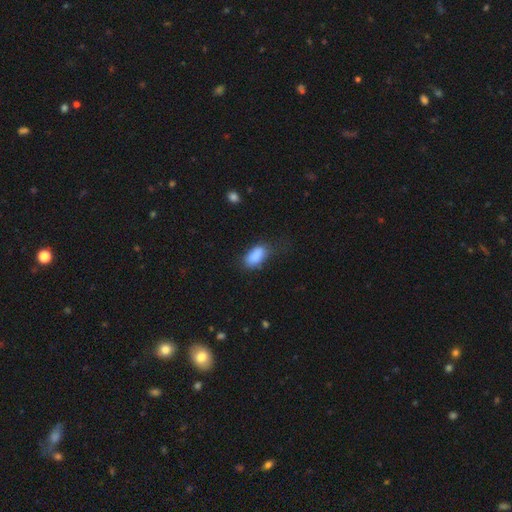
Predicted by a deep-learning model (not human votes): Morphology: type=smooth (87%); roundness=in between (91%); merging=none (59%).